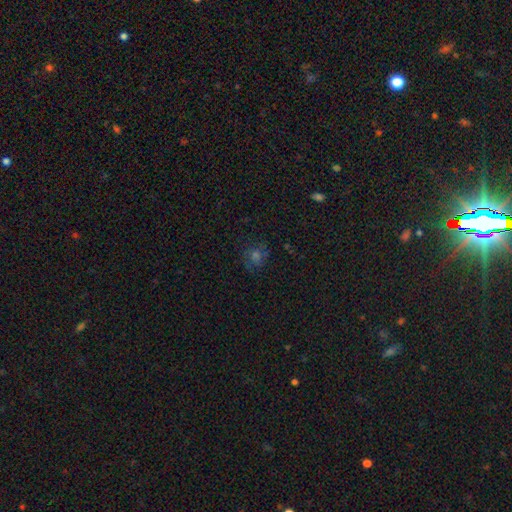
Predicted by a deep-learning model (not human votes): This appears to be a smooth galaxy with no disk features (41%). Merging: none (75%).